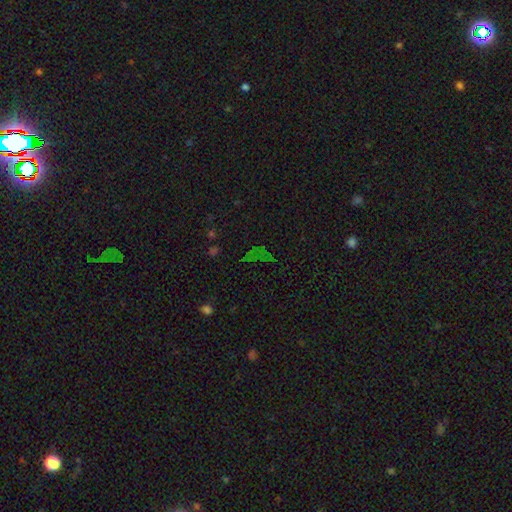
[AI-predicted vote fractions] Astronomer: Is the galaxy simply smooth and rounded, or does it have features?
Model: star or artifact — 64%.